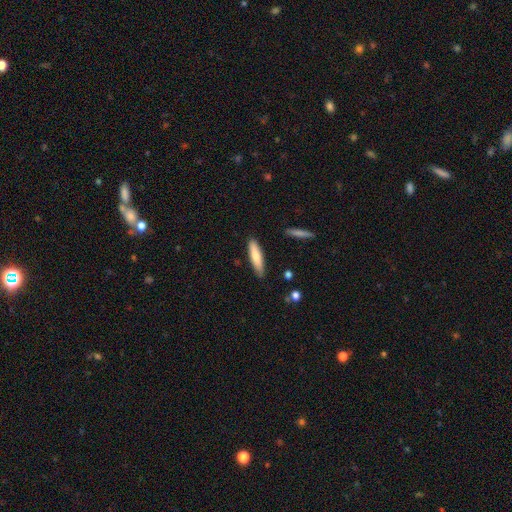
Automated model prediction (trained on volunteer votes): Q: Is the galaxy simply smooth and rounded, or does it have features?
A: smooth — 77%.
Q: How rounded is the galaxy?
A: cigar-shaped — 77%.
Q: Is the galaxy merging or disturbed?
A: none — 86%.